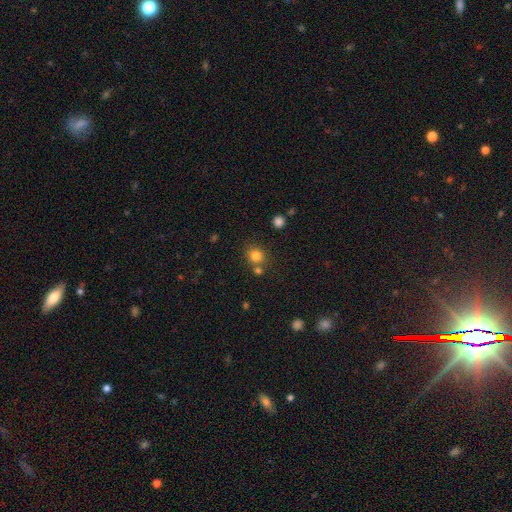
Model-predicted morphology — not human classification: A smooth galaxy with no disk features (80%) that is round (84%). Merging: none (70%).